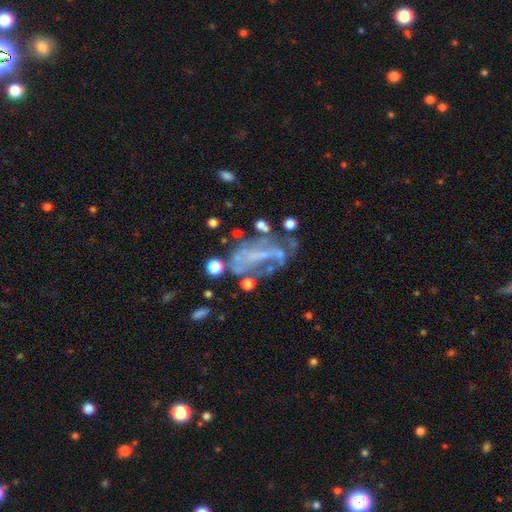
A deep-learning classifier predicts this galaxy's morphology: smooth_or_featured: featured or disk (p=0.65) [alt: star or artifact p=0.18]
disk_edge_on: no (p=0.93) [alt: yes p=0.07]
bar: no (p=0.54) [alt: weak p=0.23]
has_spiral_arms: no (p=0.60) [alt: yes p=0.40]
bulge_size: none (p=0.69) [alt: small p=0.21]
merging: none (p=0.34) [alt: major disturbance p=0.33]